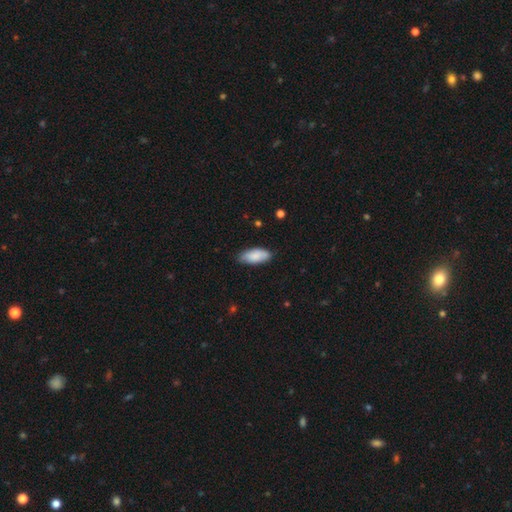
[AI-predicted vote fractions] Overall: smooth (85%). How rounded: in between (87%). Merging: none (77%).